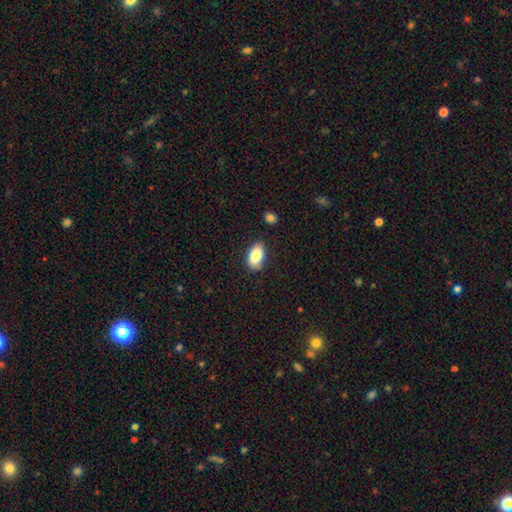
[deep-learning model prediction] Morphology: type=smooth (85%); roundness=in between (93%); merging=none (82%).